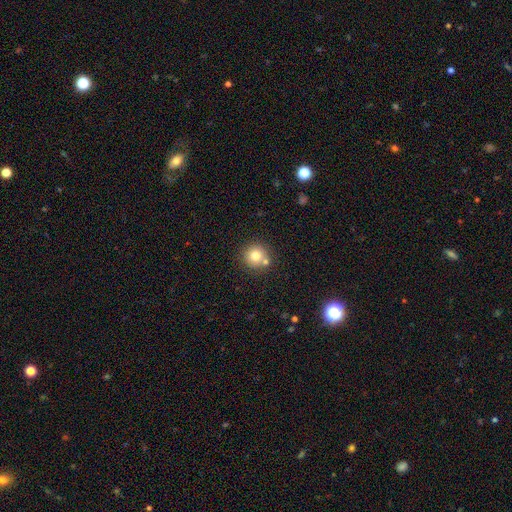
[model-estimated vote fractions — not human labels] A smooth galaxy with no disk features (77%) that is round (93%).

Vote fractions:
- Smooth or featured? smooth: 77% / featured or disk: 12% / star or artifact: 11%
- How rounded? round: 93% / in between: 6% / cigar-shaped: 1%
- Merging? none: 70% / merger: 18% / minor disturbance: 9% / major disturbance: 3%